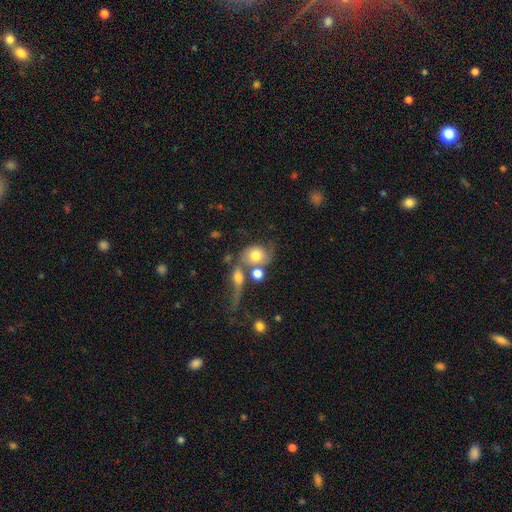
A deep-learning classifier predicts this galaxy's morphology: This appears to be a smooth galaxy with no disk features (58%) that is round (60%). Merging: merger (43%).